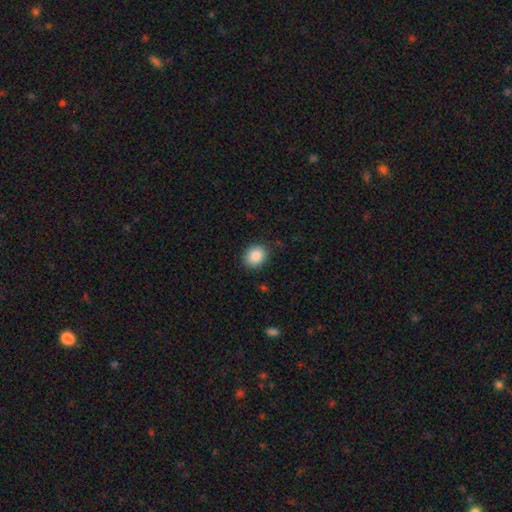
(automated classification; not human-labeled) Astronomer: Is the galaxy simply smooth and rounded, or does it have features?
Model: smooth — 88%.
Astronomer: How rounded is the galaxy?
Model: round — 59% (runner-up: in between, 40%).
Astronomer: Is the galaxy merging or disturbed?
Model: none — 86%.